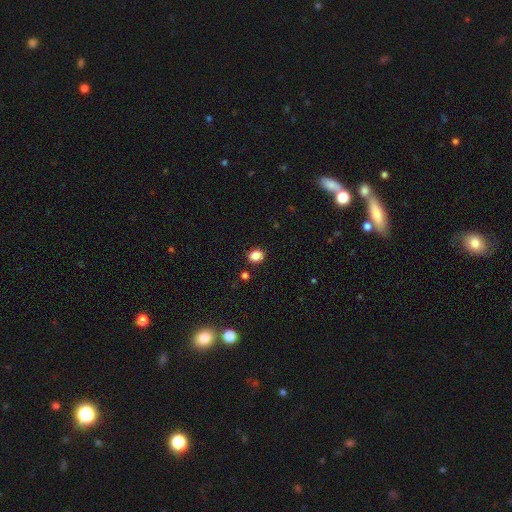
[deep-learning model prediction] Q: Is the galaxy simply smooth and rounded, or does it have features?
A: smooth — 85%.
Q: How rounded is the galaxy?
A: round — 57%.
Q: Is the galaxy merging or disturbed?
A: none — 87%.